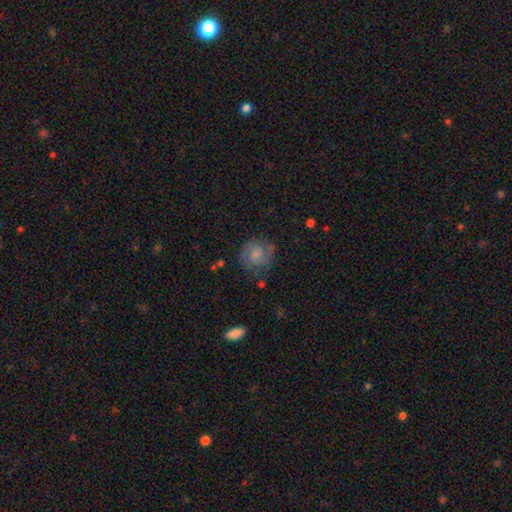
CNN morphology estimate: The model was most divided on "smooth or featured": smooth: 43%, featured or disk: 42%, star or artifact: 14%. More confident: merging — none (76%).